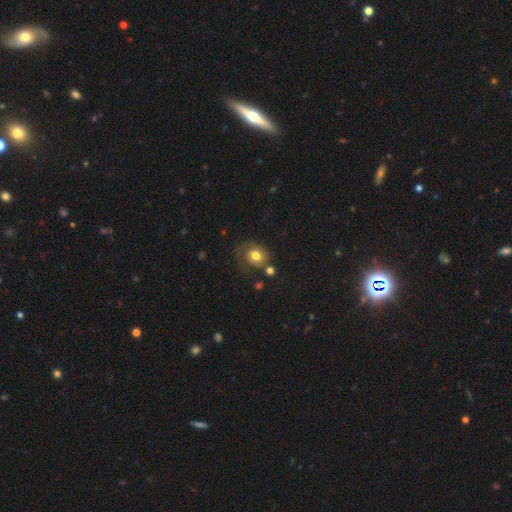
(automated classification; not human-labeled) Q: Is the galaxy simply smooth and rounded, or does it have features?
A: smooth — 64%.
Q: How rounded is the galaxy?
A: round — 62%.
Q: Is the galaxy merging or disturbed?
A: none — 47%.